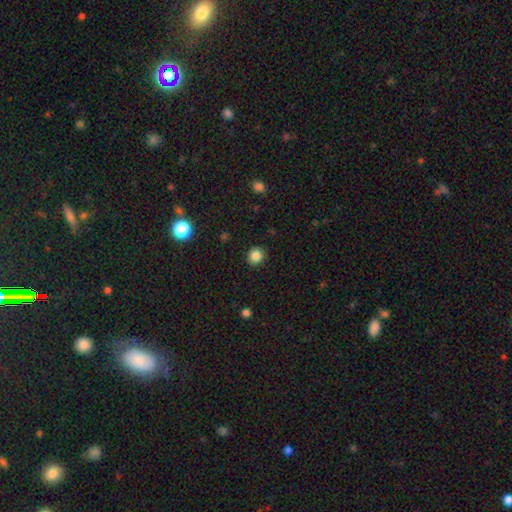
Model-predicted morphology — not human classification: smooth_or_featured: smooth (p=0.84) [alt: star or artifact p=0.11]
how_rounded: round (p=0.89) [alt: in between p=0.10]
merging: none (p=0.91) [alt: minor disturbance p=0.06]